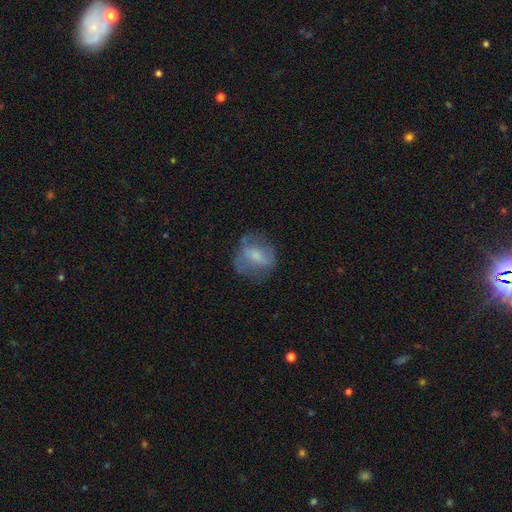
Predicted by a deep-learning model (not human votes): Smooth or featured?
  - smooth: 51% *
  - featured or disk: 40%
  - star or artifact: 9%
How rounded?
  - round: 54% *
  - in between: 44%
  - cigar-shaped: 2%
Merging?
  - none: 57% *
  - minor disturbance: 23%
  - major disturbance: 18%
  - merger: 2%